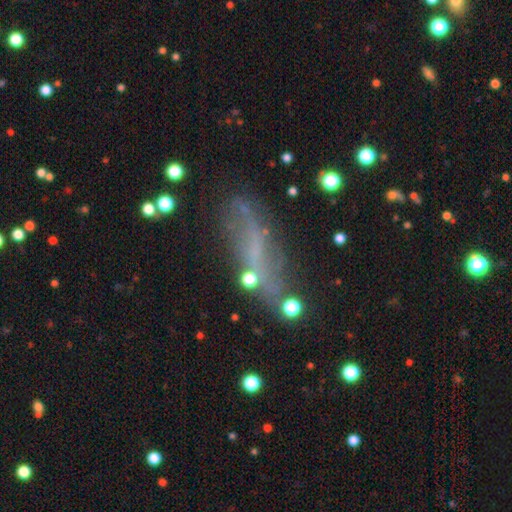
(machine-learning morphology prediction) Smooth or featured?
  - featured or disk: 41% *
  - smooth: 39%
  - star or artifact: 21%
Merging?
  - none: 53% *
  - minor disturbance: 23%
  - major disturbance: 18%
  - merger: 7%